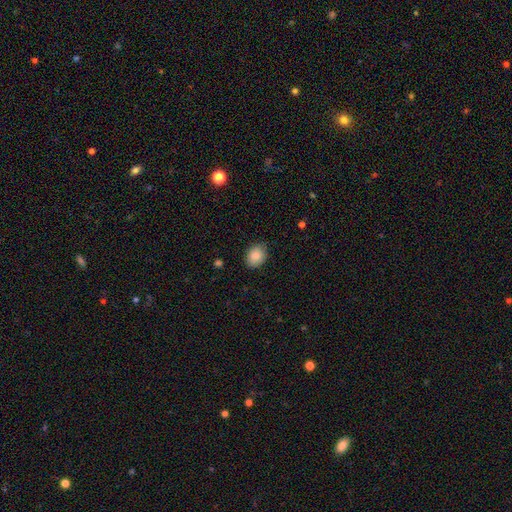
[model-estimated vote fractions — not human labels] This appears to be a smooth galaxy with no disk features (84%) that is in between round and cigar-shaped (57%). Merging: none (81%).